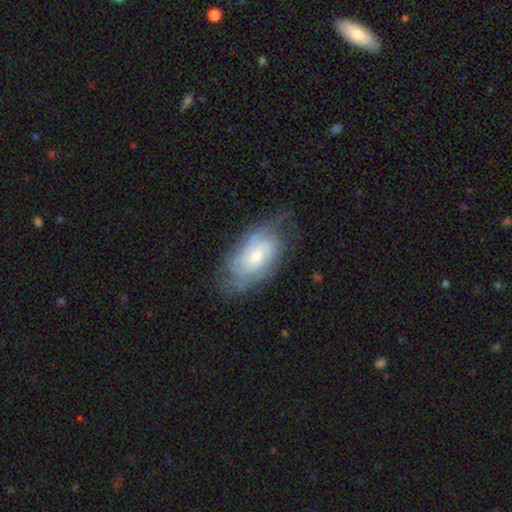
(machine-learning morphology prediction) Smooth or featured? featured or disk (68%)
Edge-on disk? no (94%)
Bar? no (69%)
Spiral arms? yes (85%)
Spiral winding? tight (58%)
Spiral arm count? can't tell (56%)
Bulge size? moderate (47%)
Merging? none (61%)